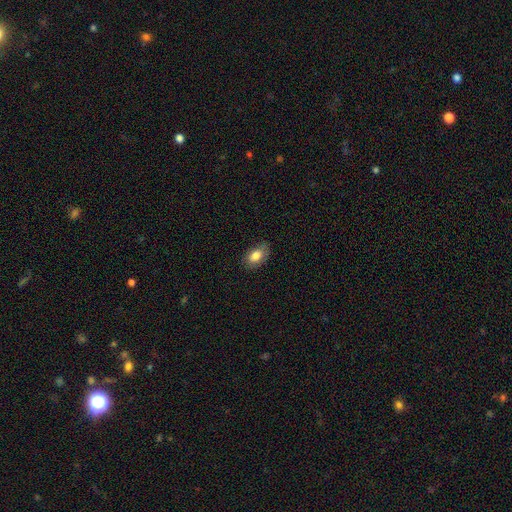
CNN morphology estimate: smooth_or_featured: smooth (p=0.81) [alt: featured or disk p=0.12]
how_rounded: in between (p=0.90) [alt: round p=0.09]
merging: none (p=0.74) [alt: minor disturbance p=0.20]